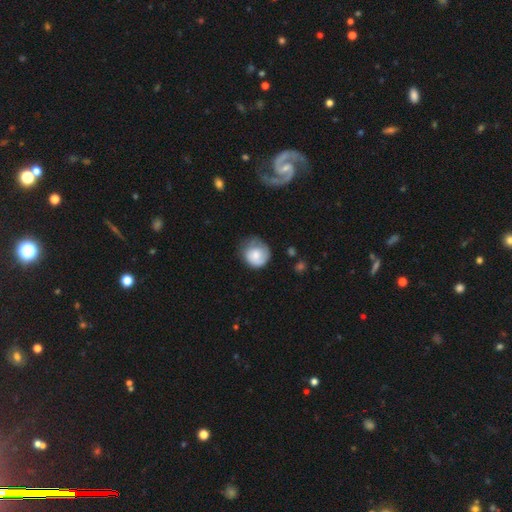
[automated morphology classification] A smooth galaxy with no disk features (70%) that is round (82%). Merging: none (52%).